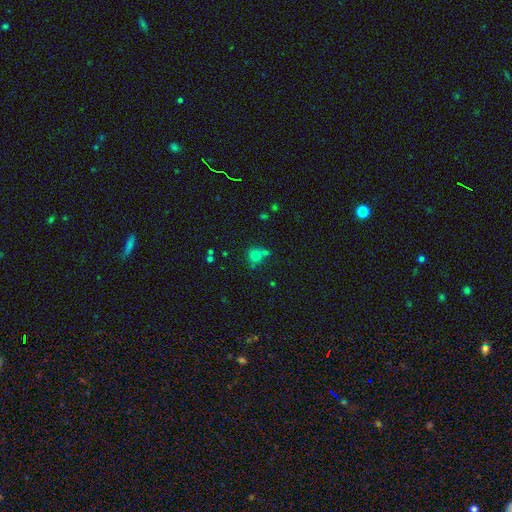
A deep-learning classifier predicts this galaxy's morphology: Smooth or featured?
  - smooth: 73% *
  - star or artifact: 17%
  - featured or disk: 9%
How rounded?
  - round: 82% *
  - in between: 17%
  - cigar-shaped: 1%
Merging?
  - none: 52% *
  - merger: 30%
  - minor disturbance: 13%
  - major disturbance: 6%